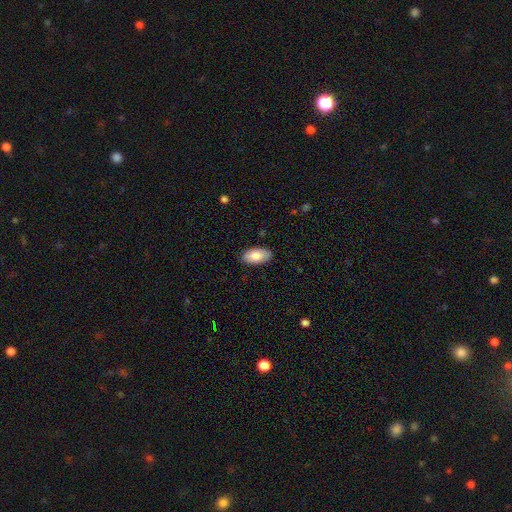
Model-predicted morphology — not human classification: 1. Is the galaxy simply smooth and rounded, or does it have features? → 85% smooth, 9% featured or disk, 6% star or artifact.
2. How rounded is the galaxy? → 95% in between, 3% cigar-shaped, 2% round.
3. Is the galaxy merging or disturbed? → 87% none, 10% minor disturbance, 2% major disturbance, 1% merger.